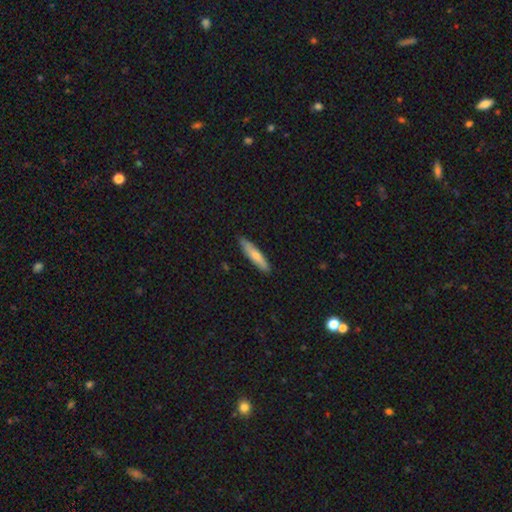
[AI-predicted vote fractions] Q: Smooth or featured?
A: smooth (71%); runner-up: featured or disk (24%)
Q: How rounded?
A: cigar-shaped (83%); runner-up: in between (16%)
Q: Merging?
A: none (88%); runner-up: minor disturbance (10%)